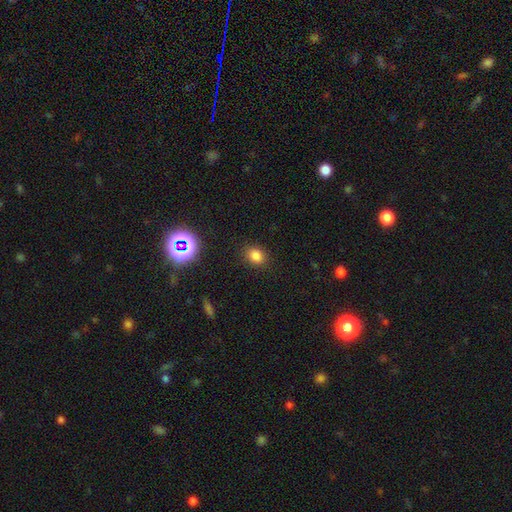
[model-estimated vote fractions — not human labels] This appears to be a smooth galaxy with no disk features (79%) that is in between round and cigar-shaped (51%). Merging: none (87%).